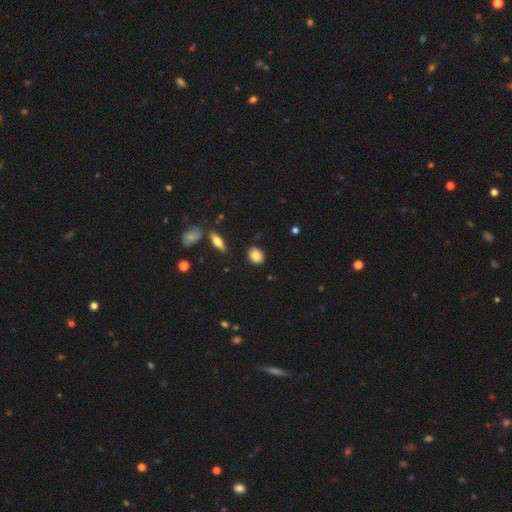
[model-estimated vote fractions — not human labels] Q: Smooth or featured?
A: smooth (85%); runner-up: star or artifact (8%)
Q: How rounded?
A: in between (51%); runner-up: round (47%)
Q: Merging?
A: none (85%); runner-up: minor disturbance (11%)